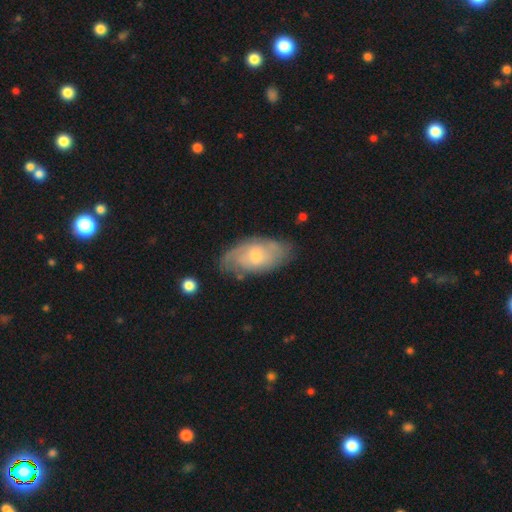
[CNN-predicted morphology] A featured or disk galaxy (60%) with no bar (65%), spiral arms (78%) and a moderate central bulge (48%). Merging: none (67%).